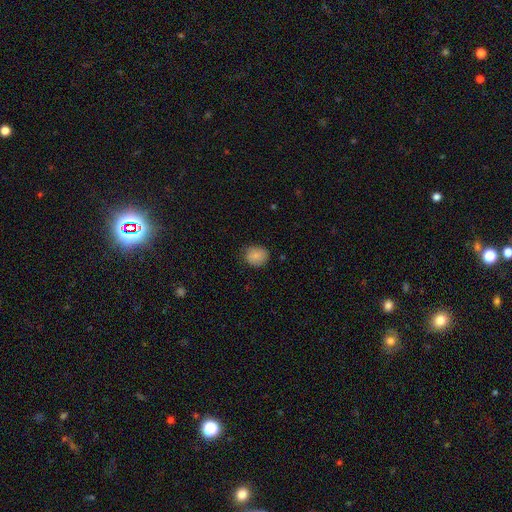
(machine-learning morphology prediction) Overall: smooth (84%). How rounded: round (72%). Merging: none (78%).